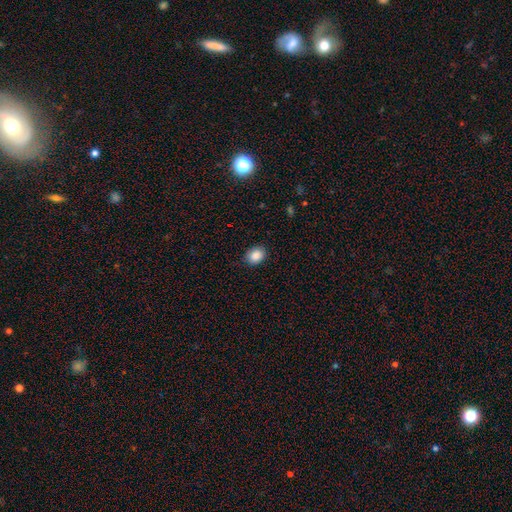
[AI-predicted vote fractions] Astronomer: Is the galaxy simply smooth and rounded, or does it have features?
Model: smooth — 88%.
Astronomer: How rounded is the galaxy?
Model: in between — 52% (runner-up: round, 48%).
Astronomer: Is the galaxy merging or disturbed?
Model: none — 87%.